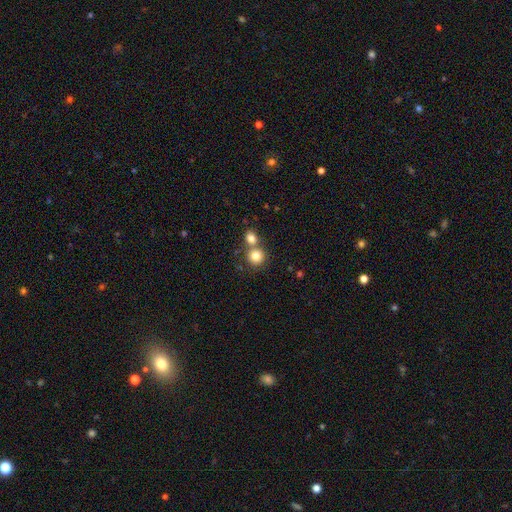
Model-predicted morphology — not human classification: A smooth galaxy with no disk features (81%) that is round (87%).

Vote fractions:
- Smooth or featured? smooth: 81% / star or artifact: 11% / featured or disk: 8%
- How rounded? round: 87% / in between: 12% / cigar-shaped: 1%
- Merging? none: 51% / merger: 39% / minor disturbance: 7% / major disturbance: 3%